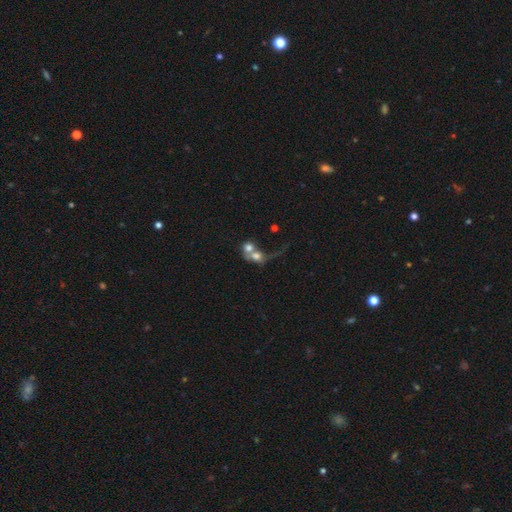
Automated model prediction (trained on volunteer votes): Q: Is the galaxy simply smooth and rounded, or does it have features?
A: smooth — 57%.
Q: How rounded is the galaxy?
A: round — 66%.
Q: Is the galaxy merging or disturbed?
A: merger — 70%.